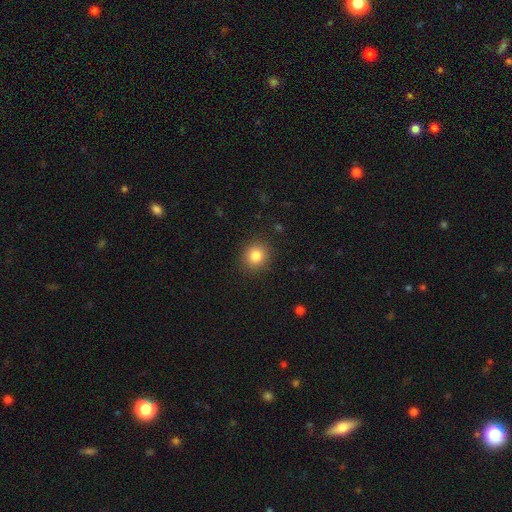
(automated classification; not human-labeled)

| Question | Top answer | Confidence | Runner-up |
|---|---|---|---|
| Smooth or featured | smooth | 83% | star or artifact (11%) |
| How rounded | round | 88% | in between (11%) |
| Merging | none | 90% | minor disturbance (7%) |